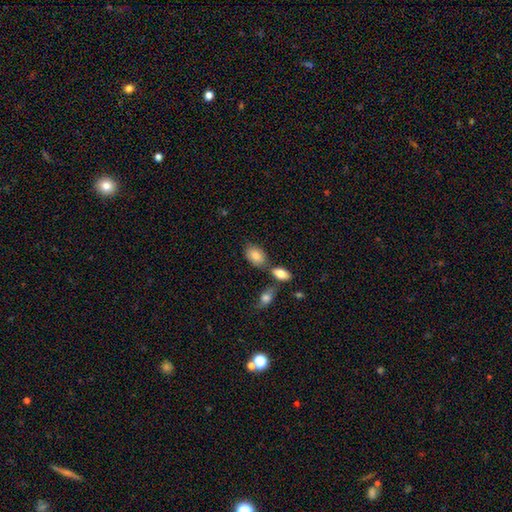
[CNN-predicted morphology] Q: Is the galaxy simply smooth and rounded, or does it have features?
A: smooth — 83%.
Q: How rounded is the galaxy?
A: in between — 88%.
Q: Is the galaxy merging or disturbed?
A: none — 65%.